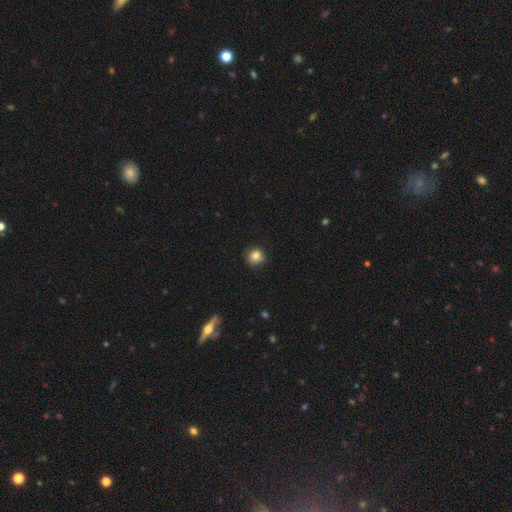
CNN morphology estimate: A smooth galaxy with no disk features (82%) that is round (89%).

Vote fractions:
- Smooth or featured? smooth: 82% / star or artifact: 11% / featured or disk: 7%
- How rounded? round: 89% / in between: 10% / cigar-shaped: 1%
- Merging? none: 85% / minor disturbance: 11% / major disturbance: 2% / merger: 1%